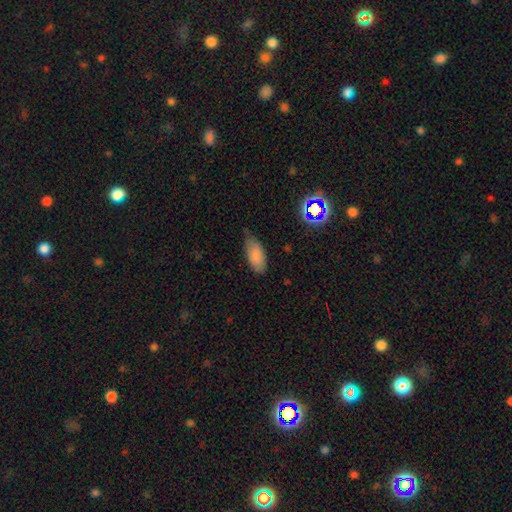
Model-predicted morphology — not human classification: smooth-or-featured: smooth: 83% | star or artifact: 9% | featured or disk: 8%
  how-rounded: in between: 90% | cigar-shaped: 8% | round: 2%
  merging: none: 60% | minor disturbance: 32% | major disturbance: 6% | merger: 2%